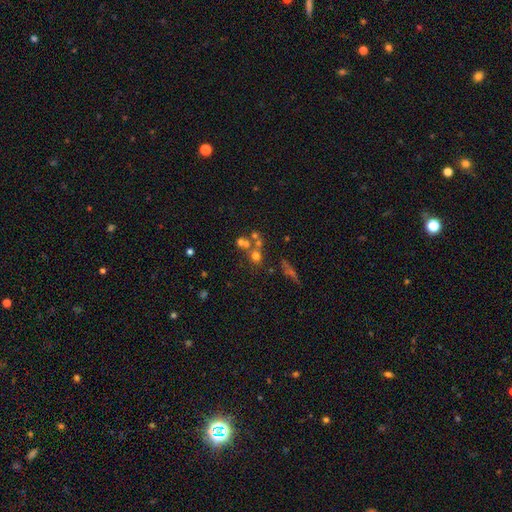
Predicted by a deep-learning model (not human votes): Smooth or featured?
  - smooth: 51% *
  - featured or disk: 24%
  - star or artifact: 24%
How rounded?
  - round: 82% *
  - in between: 16%
  - cigar-shaped: 2%
Merging?
  - none: 45% *
  - merger: 40%
  - minor disturbance: 9%
  - major disturbance: 7%